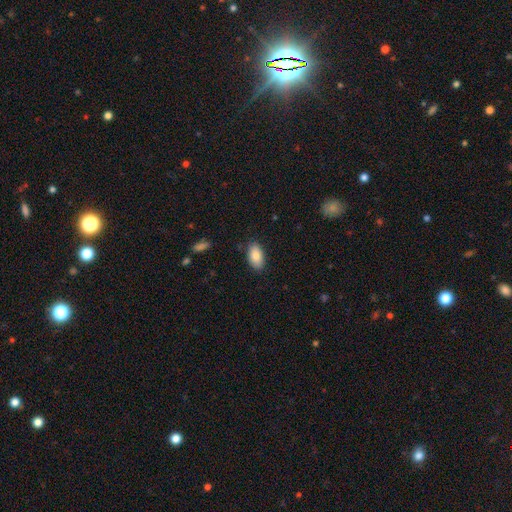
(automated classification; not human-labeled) This is clearly a smooth galaxy (85%). How rounded: clearly in between (94%). Merging: clearly none (85%).